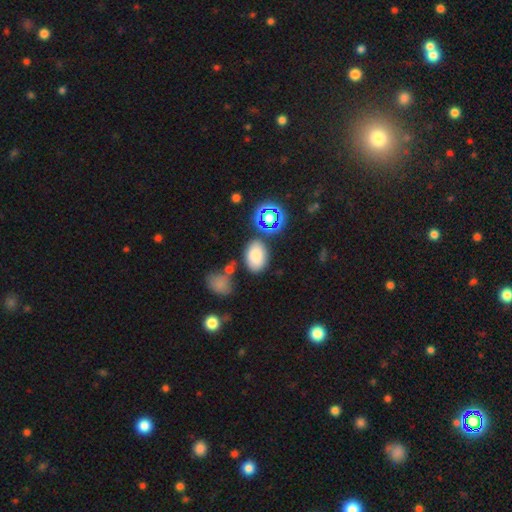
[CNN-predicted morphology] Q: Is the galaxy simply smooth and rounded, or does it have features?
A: smooth — 77%.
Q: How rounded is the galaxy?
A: in between — 86%.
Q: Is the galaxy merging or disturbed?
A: none — 75%.